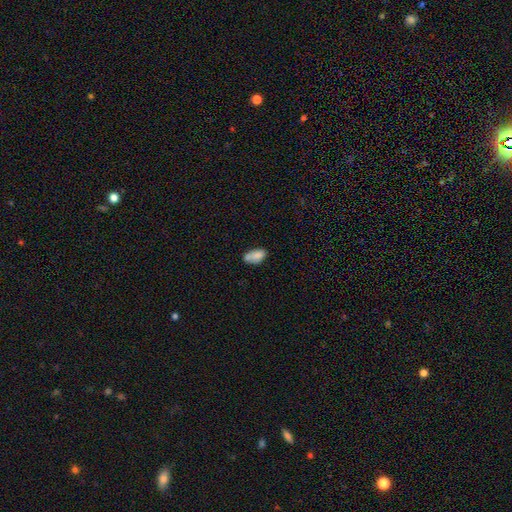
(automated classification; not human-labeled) This appears to be a smooth galaxy with no disk features (78%) that is in between round and cigar-shaped (91%). Merging: none (54%).